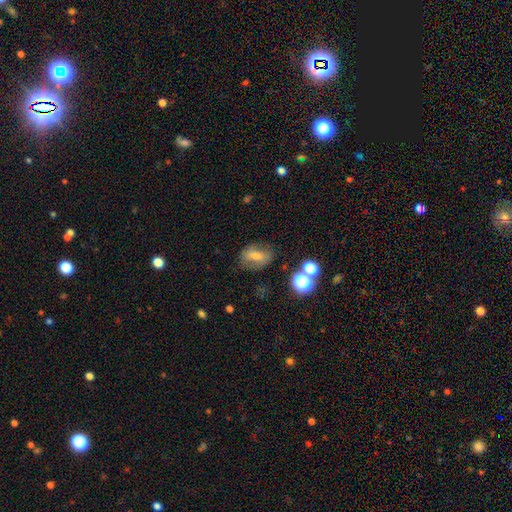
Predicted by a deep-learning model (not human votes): The model was most divided on "smooth or featured": smooth: 57%, featured or disk: 29%, star or artifact: 13%. More confident: how rounded — in between (68%); merging — none (65%).